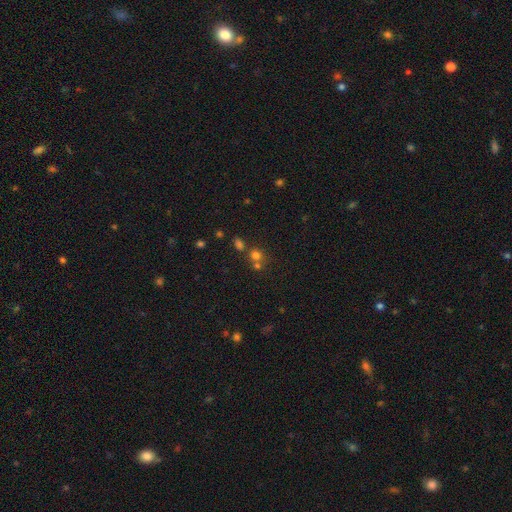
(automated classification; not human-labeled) smooth 53%, star or artifact 36%, featured or disk 10%. Down the decision tree: how rounded — round (85%); merging — none (58%).